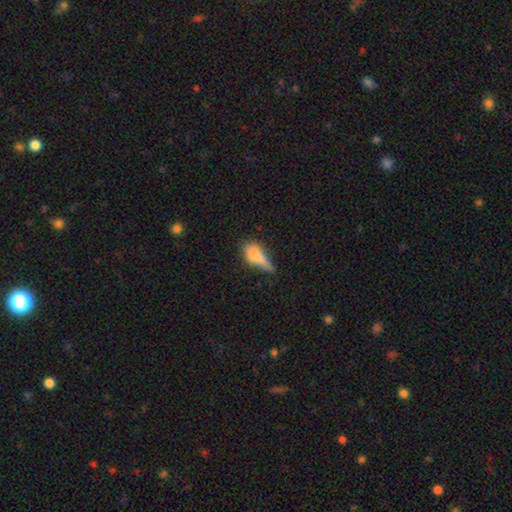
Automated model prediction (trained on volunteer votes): This is likely a smooth galaxy (73%). How rounded: possibly in between (60%). Merging: marginally minor disturbance (41%).